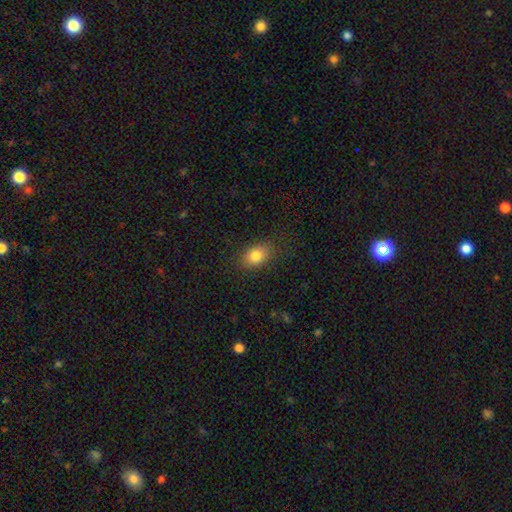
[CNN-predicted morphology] A smooth galaxy with no disk features (82%) that is in between round and cigar-shaped (80%). Merging: none (84%).